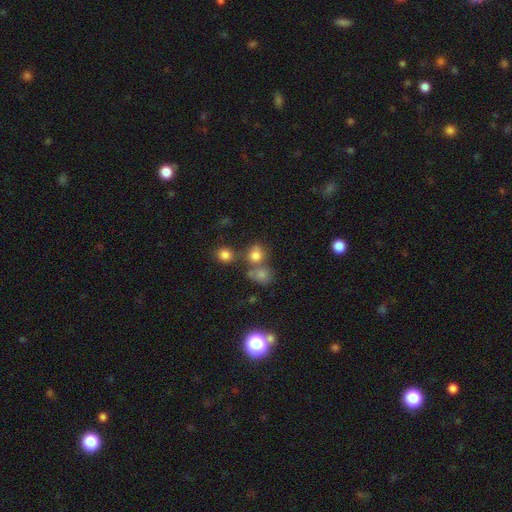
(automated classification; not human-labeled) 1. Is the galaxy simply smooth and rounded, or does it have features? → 76% smooth, 15% star or artifact, 9% featured or disk.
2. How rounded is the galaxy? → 74% round, 25% in between, 1% cigar-shaped.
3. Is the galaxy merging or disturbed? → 50% none, 34% merger, 11% minor disturbance, 6% major disturbance.